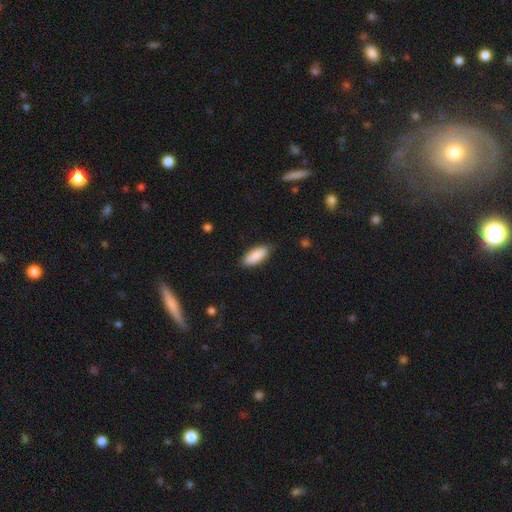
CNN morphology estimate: Smooth or featured: smooth — 89% (star or artifact — 6%)
How rounded: in between — 79% (cigar-shaped — 20%)
Merging: none — 86% (minor disturbance — 11%)